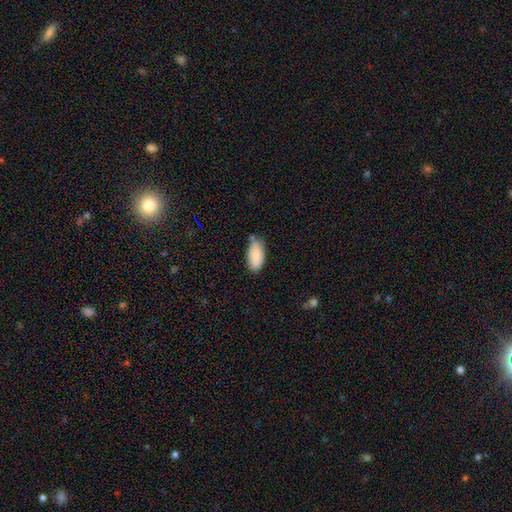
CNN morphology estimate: Smooth or featured: smooth — 86% (featured or disk — 7%)
How rounded: in between — 92% (cigar-shaped — 6%)
Merging: none — 66% (minor disturbance — 24%)